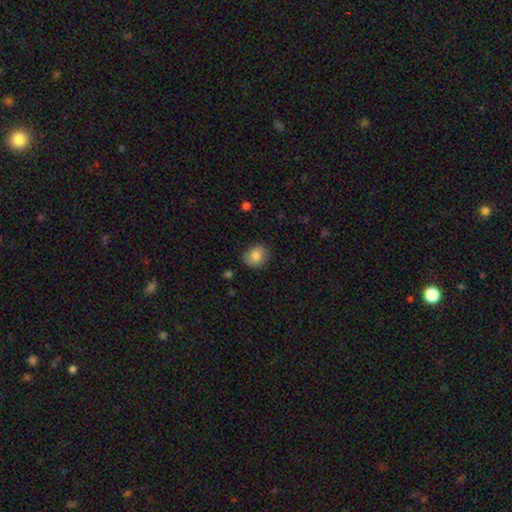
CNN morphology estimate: Smooth or featured? smooth (84%)
How rounded? round (70%)
Merging? none (81%)